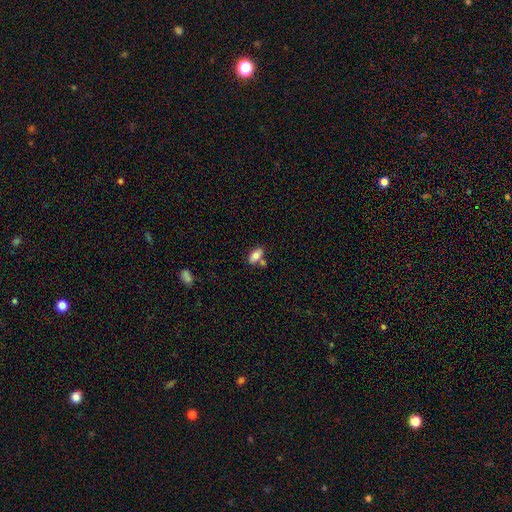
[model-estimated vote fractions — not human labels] Q: Smooth or featured?
A: smooth (78%); runner-up: featured or disk (15%)
Q: How rounded?
A: in between (89%); runner-up: cigar-shaped (7%)
Q: Merging?
A: none (66%); runner-up: merger (18%)